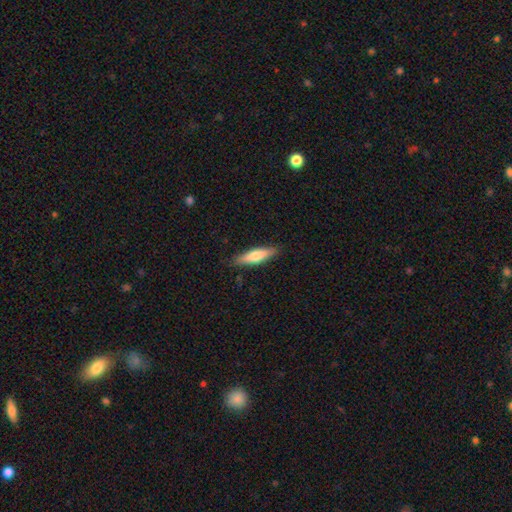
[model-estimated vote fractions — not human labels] Smooth or featured?
  - smooth: 65% *
  - featured or disk: 30%
  - star or artifact: 5%
How rounded?
  - cigar-shaped: 72% *
  - in between: 27%
  - round: 2%
Merging?
  - none: 87% *
  - minor disturbance: 10%
  - major disturbance: 2%
  - merger: 1%